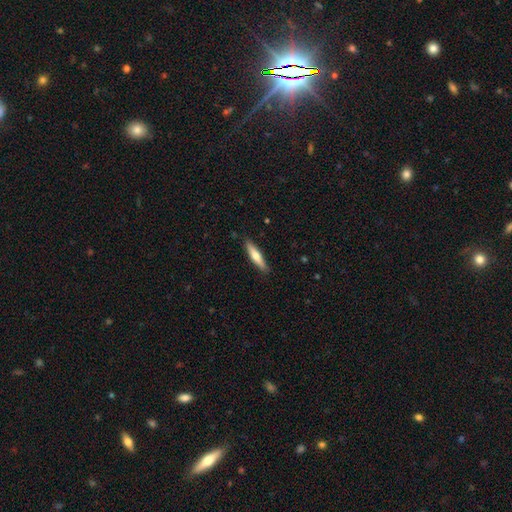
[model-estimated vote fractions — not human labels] A smooth galaxy with no disk features (59%) that is cigar-shaped (82%). Merging: none (89%).